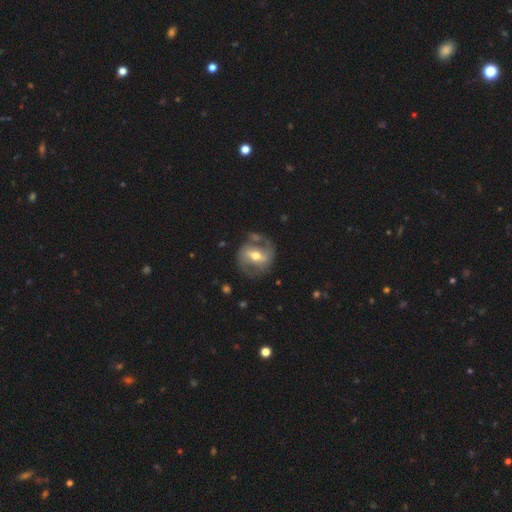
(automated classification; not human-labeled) The model was most divided on "bar": strong: 45%, weak: 37%, no: 18%. Remaining: edge-on disk — no (95%); spiral arm count — 2 (83%); spiral arms — yes (77%); smooth or featured — featured or disk (75%); bulge size — moderate (73%); merging — none (69%); spiral winding — medium (48%).